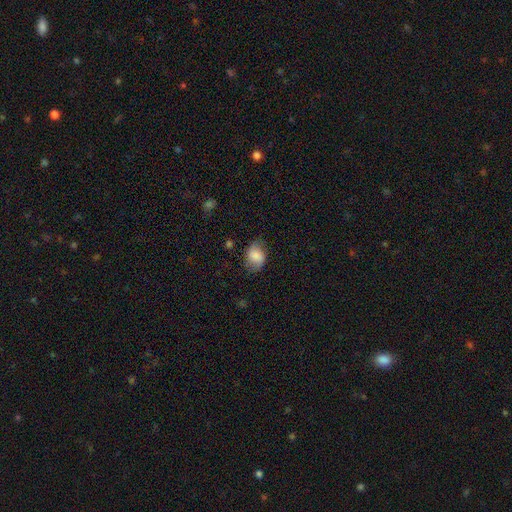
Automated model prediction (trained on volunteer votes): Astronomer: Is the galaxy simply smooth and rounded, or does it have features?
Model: smooth — 72%.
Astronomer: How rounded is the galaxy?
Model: in between — 65%.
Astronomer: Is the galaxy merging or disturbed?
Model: none — 66%.